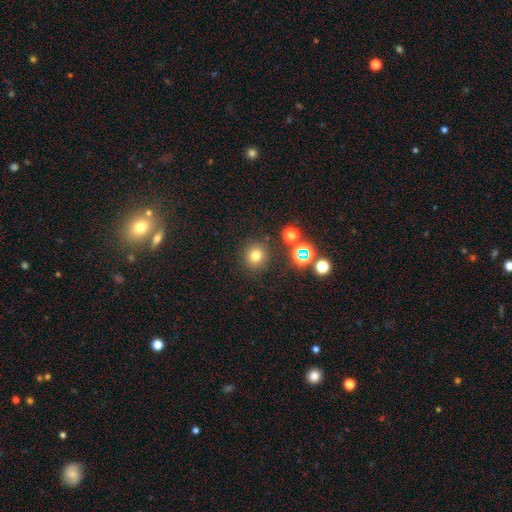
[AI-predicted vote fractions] Smooth or featured? Predicted: smooth (p=0.73). How rounded? Predicted: round (p=0.93). Merging? Predicted: none (p=0.86).